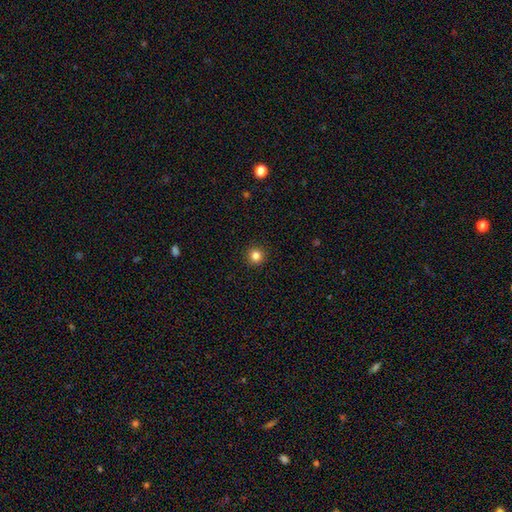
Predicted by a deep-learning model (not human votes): The model was most divided on "smooth or featured": smooth: 84%, star or artifact: 12%, featured or disk: 4%. More confident: how rounded — round (95%); merging — none (93%).